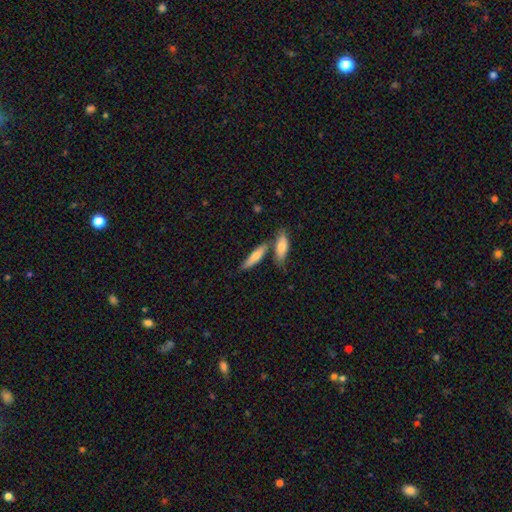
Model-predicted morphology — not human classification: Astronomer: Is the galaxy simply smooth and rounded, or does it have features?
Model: smooth — 65%.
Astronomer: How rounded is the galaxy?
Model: cigar-shaped — 72%.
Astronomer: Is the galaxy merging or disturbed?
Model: none — 62%.